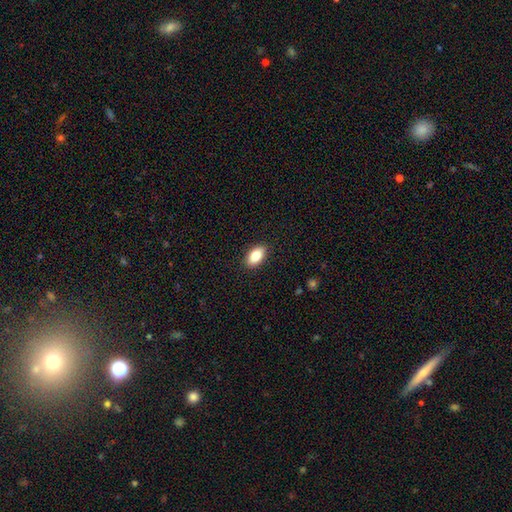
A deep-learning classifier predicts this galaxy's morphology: Smooth or featured?
  - smooth: 86% *
  - star or artifact: 7%
  - featured or disk: 7%
How rounded?
  - in between: 93% *
  - round: 5%
  - cigar-shaped: 3%
Merging?
  - none: 90% *
  - minor disturbance: 8%
  - major disturbance: 2%
  - merger: 1%